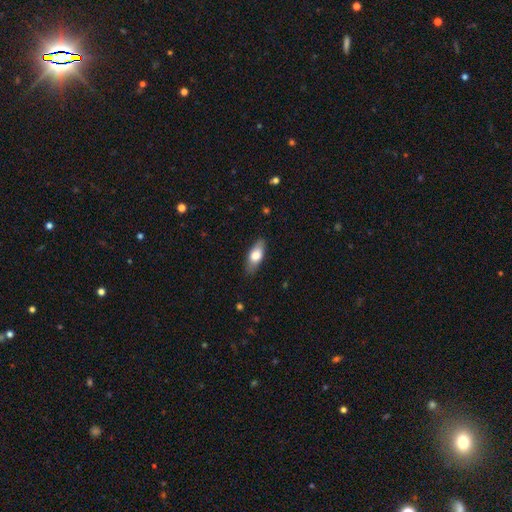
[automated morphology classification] smooth_or_featured: smooth (p=0.71) [alt: featured or disk p=0.23]
how_rounded: in between (p=0.80) [alt: cigar-shaped p=0.17]
merging: none (p=0.84) [alt: minor disturbance p=0.12]